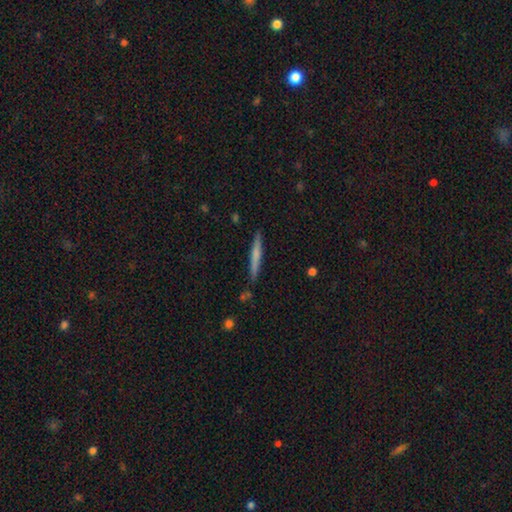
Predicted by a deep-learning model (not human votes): Q: Smooth or featured?
A: smooth (57%); runner-up: featured or disk (37%)
Q: How rounded?
A: cigar-shaped (95%); runner-up: in between (3%)
Q: Merging?
A: none (87%); runner-up: minor disturbance (9%)